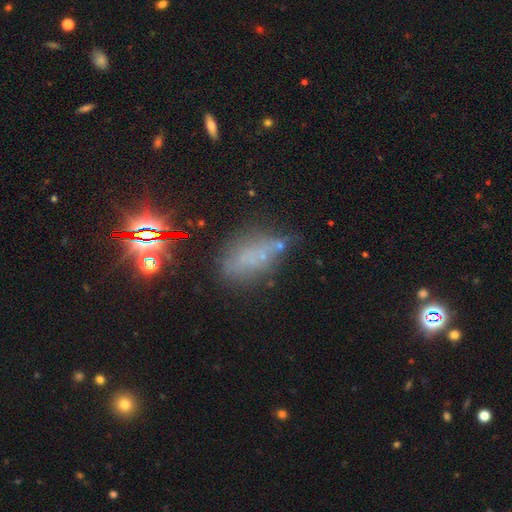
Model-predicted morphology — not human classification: smooth 39%, star or artifact 34%, featured or disk 27%. Down the decision tree: merging — none (49%).